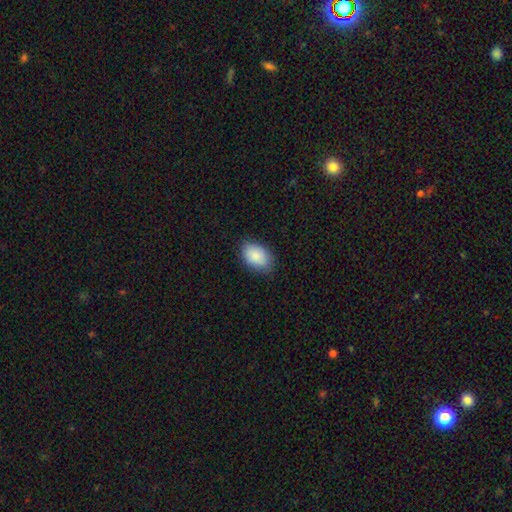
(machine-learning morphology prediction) This is clearly a smooth galaxy (88%). How rounded: clearly in between (91%). Merging: clearly none (81%).